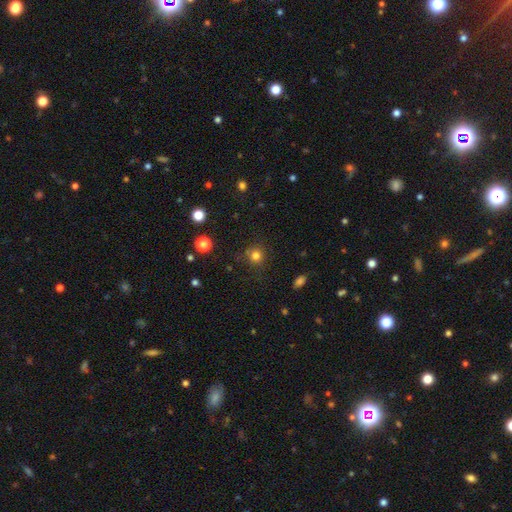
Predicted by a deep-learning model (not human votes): A smooth galaxy with no disk features (78%) that is round (90%).

Vote fractions:
- Smooth or featured? smooth: 78% / star or artifact: 16% / featured or disk: 6%
- How rounded? round: 90% / in between: 9% / cigar-shaped: 1%
- Merging? none: 81% / minor disturbance: 11% / major disturbance: 4% / merger: 4%